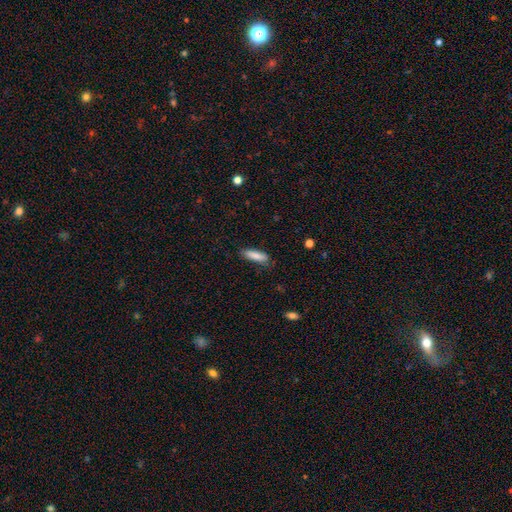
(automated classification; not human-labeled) Smooth or featured?
  - smooth: 86% *
  - featured or disk: 8%
  - star or artifact: 6%
How rounded?
  - cigar-shaped: 57% *
  - in between: 42%
  - round: 2%
Merging?
  - none: 80% *
  - minor disturbance: 16%
  - major disturbance: 3%
  - merger: 1%